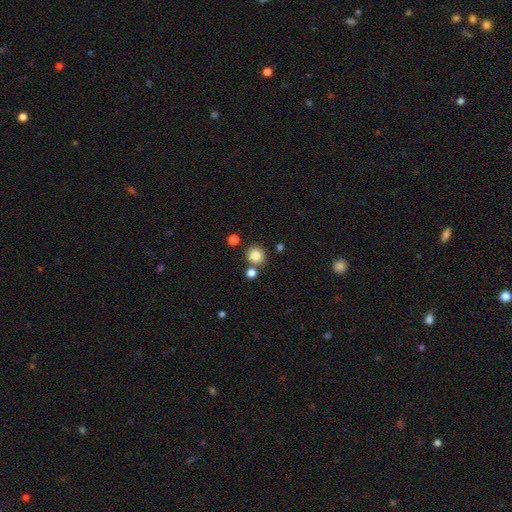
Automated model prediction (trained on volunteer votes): This is clearly a smooth galaxy (84%). How rounded: clearly round (90%). Merging: likely none (79%).